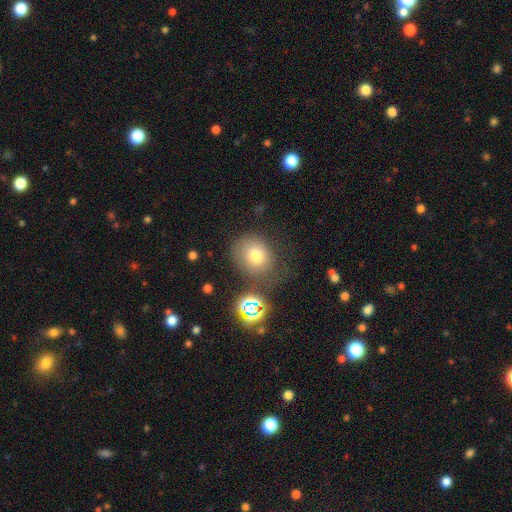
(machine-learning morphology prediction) This appears to be a smooth galaxy with no disk features (73%) that is round (66%). Merging: none (64%).